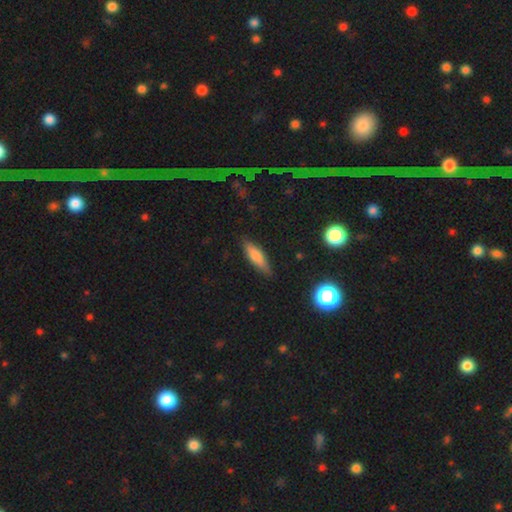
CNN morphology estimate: Smooth or featured?
  - smooth: 72% *
  - featured or disk: 20%
  - star or artifact: 8%
How rounded?
  - cigar-shaped: 56% *
  - in between: 42%
  - round: 2%
Merging?
  - none: 83% *
  - minor disturbance: 13%
  - major disturbance: 3%
  - merger: 1%